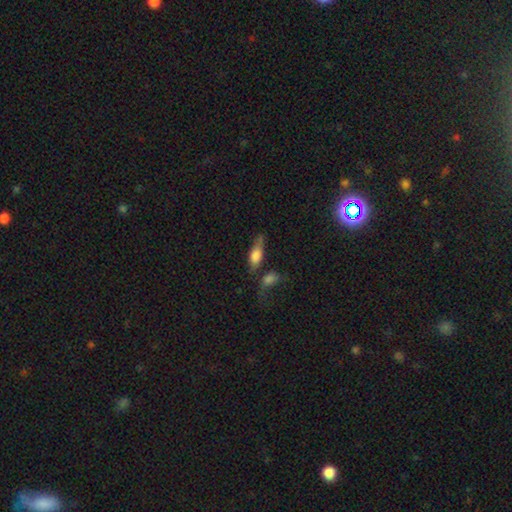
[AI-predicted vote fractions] smooth_or_featured: smooth (p=0.67) [alt: featured or disk p=0.25]
how_rounded: in between (p=0.67) [alt: cigar-shaped p=0.28]
merging: none (p=0.38) [alt: minor disturbance p=0.24]